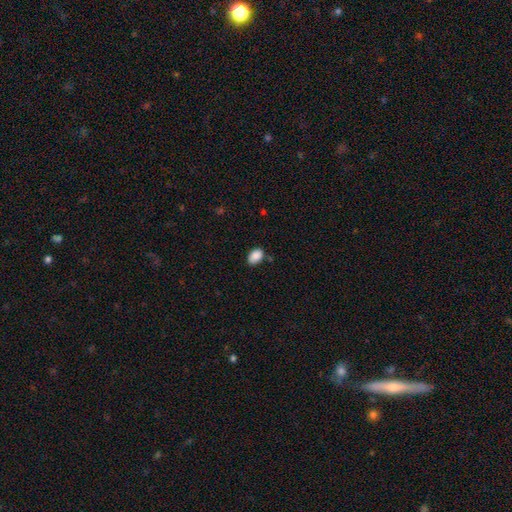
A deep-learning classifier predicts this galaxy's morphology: A smooth galaxy with no disk features (89%) that is in between round and cigar-shaped (85%).

Vote fractions:
- Smooth or featured? smooth: 89% / star or artifact: 8% / featured or disk: 4%
- How rounded? in between: 85% / round: 14% / cigar-shaped: 1%
- Merging? none: 74% / minor disturbance: 20% / major disturbance: 3% / merger: 3%